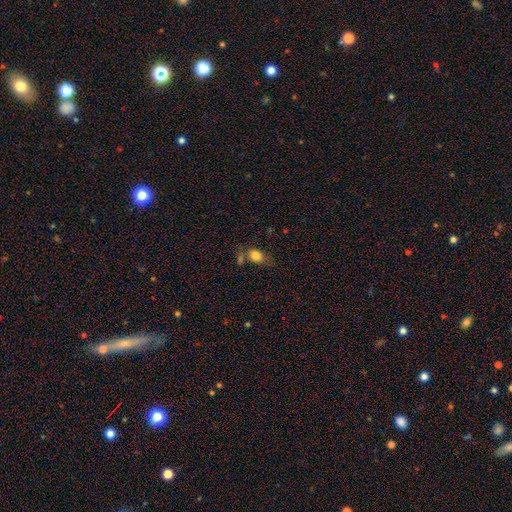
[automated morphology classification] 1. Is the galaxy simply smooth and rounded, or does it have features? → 78% smooth, 12% featured or disk, 10% star or artifact.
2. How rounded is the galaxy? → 64% in between, 33% round, 3% cigar-shaped.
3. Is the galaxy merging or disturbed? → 47% none, 22% minor disturbance, 18% merger, 12% major disturbance.